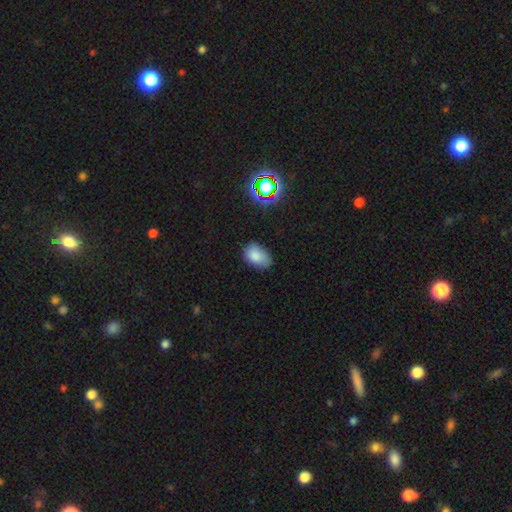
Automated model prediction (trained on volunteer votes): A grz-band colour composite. It shows a smooth galaxy with no disk features (81%) that is in between round and cigar-shaped (86%). Merging: none (62%).